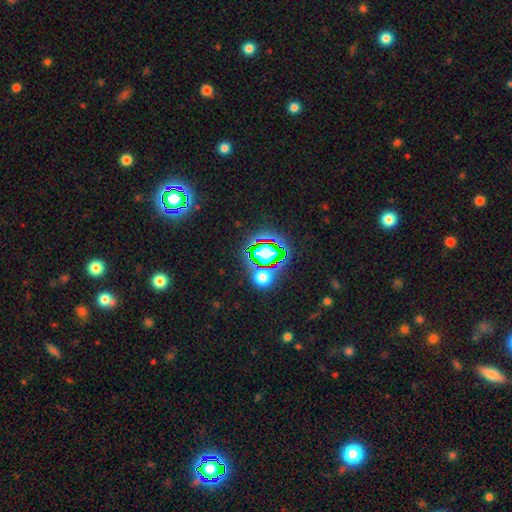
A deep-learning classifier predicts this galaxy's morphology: smooth_or_featured: star or artifact (p=0.79) [alt: smooth p=0.14]